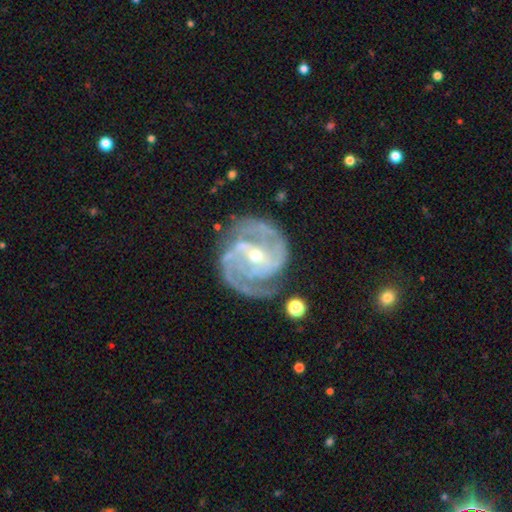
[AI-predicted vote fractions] Smooth or featured? Predicted: featured or disk (p=0.92). Edge-on disk? Predicted: no (p=0.97). Bar? Predicted: weak (p=0.40). Spiral arms? Predicted: yes (p=0.98). Spiral winding? Predicted: tight (p=0.51). Spiral arm count? Predicted: 2 (p=0.64). Bulge size? Predicted: small (p=0.54). Merging? Predicted: none (p=0.73).